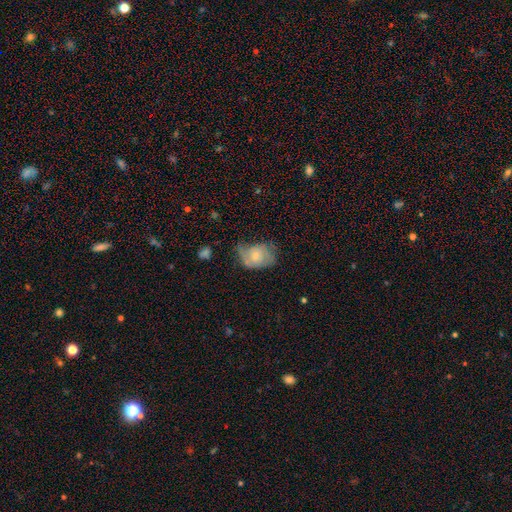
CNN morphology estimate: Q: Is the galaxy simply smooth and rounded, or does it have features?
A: featured or disk — 46%, tied with smooth.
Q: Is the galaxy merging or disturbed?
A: minor disturbance — 35%.